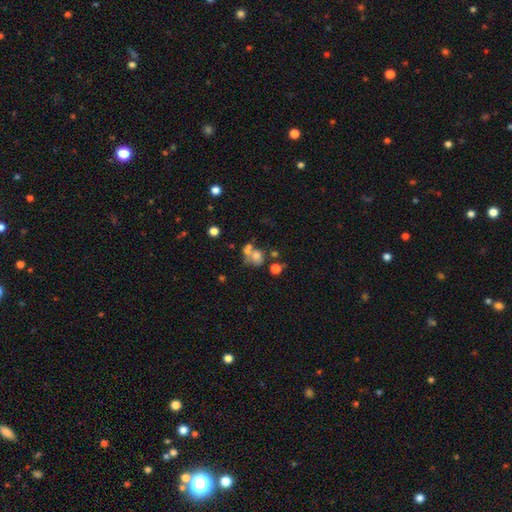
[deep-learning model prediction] Smooth or featured? smooth (63%)
How rounded? round (61%)
Merging? merger (49%)